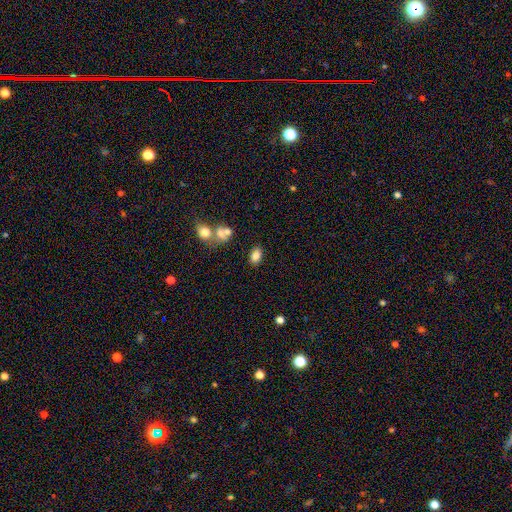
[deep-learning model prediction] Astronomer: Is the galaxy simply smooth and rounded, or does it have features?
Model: smooth — 82%.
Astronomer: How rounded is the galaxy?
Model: in between — 84%.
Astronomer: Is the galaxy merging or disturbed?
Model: none — 80%.